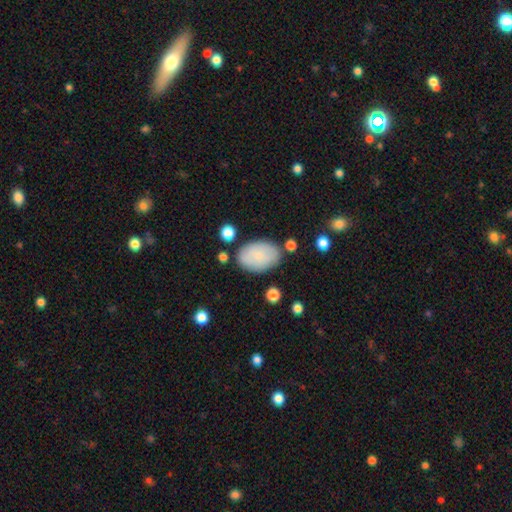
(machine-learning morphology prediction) Smooth or featured? Predicted: smooth (p=0.80). How rounded? Predicted: in between (p=0.89). Merging? Predicted: none (p=0.78).